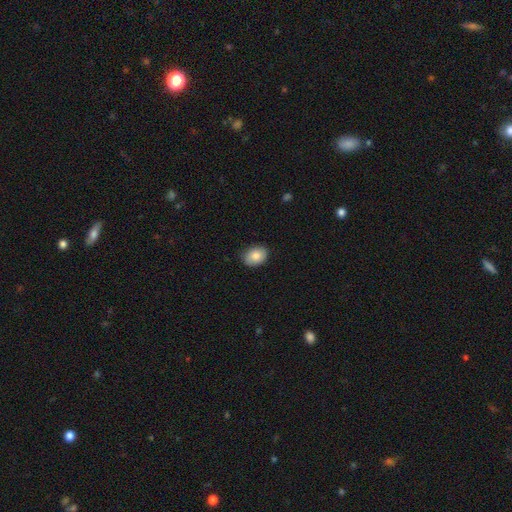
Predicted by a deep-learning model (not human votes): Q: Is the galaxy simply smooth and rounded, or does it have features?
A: smooth — 84%.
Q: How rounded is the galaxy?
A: in between — 74%.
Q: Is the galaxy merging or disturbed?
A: none — 85%.